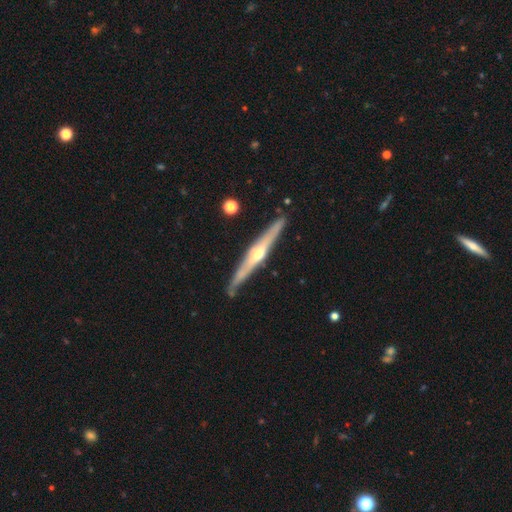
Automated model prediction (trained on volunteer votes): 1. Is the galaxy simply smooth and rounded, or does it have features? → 77% featured or disk, 18% smooth, 5% star or artifact.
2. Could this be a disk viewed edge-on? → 97% yes, 3% no.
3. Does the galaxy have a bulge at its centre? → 86% rounded, 8% none, 6% boxy.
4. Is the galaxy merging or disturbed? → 85% none, 11% minor disturbance, 2% merger, 2% major disturbance.